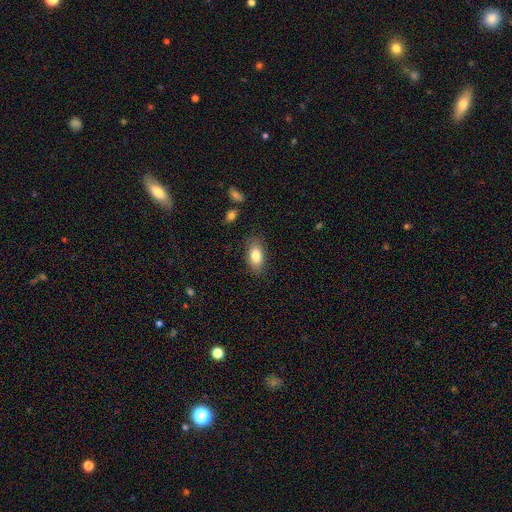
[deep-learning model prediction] smooth 81%, featured or disk 11%, star or artifact 7%. Down the decision tree: how rounded — in between (90%); merging — none (83%).